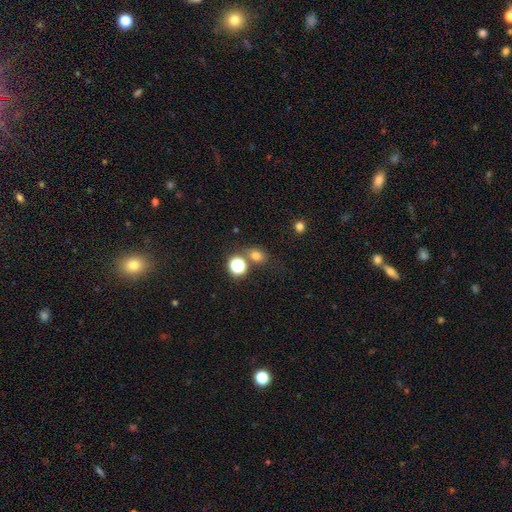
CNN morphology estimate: The model was most divided on "how rounded": round: 59%, in between: 40%, cigar-shaped: 1%. More confident: smooth or featured — smooth (71%); merging — none (69%).